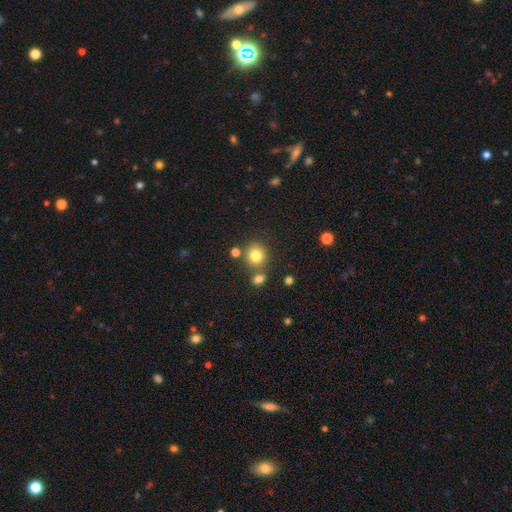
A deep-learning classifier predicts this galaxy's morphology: This appears to be a smooth galaxy with no disk features (80%) that is round (86%). Merging: none (73%).